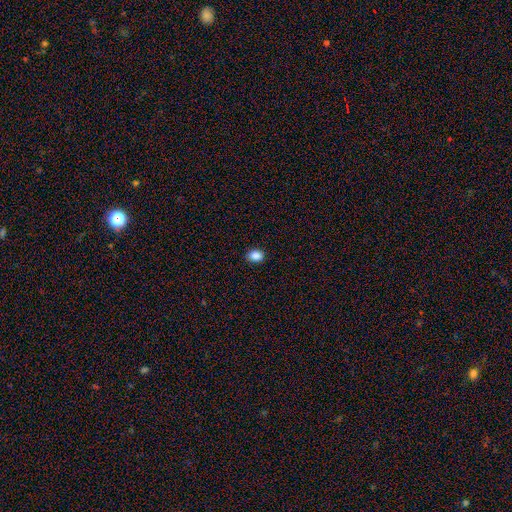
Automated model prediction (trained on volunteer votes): A smooth galaxy with no disk features (87%) that is in between round and cigar-shaped (64%).

Vote fractions:
- Smooth or featured? smooth: 87% / star or artifact: 9% / featured or disk: 3%
- How rounded? in between: 64% / round: 35% / cigar-shaped: 1%
- Merging? none: 90% / minor disturbance: 7% / major disturbance: 2% / merger: 1%